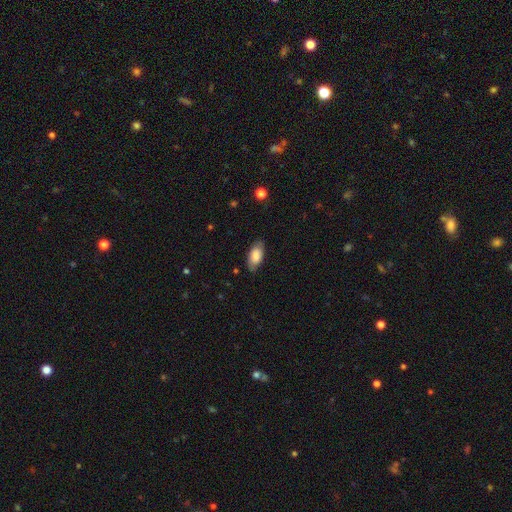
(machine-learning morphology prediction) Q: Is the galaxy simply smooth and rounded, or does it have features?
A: smooth — 77%.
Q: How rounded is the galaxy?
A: in between — 91%.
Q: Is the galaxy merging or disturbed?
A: none — 79%.